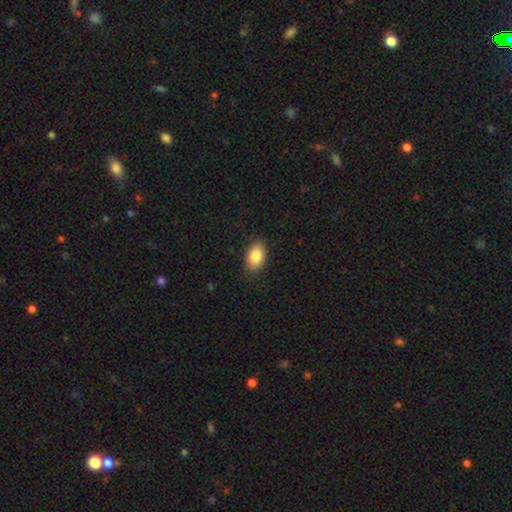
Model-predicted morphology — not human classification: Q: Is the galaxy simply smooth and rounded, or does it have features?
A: smooth — 86%.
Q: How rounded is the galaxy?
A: in between — 90%.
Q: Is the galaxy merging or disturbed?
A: none — 86%.